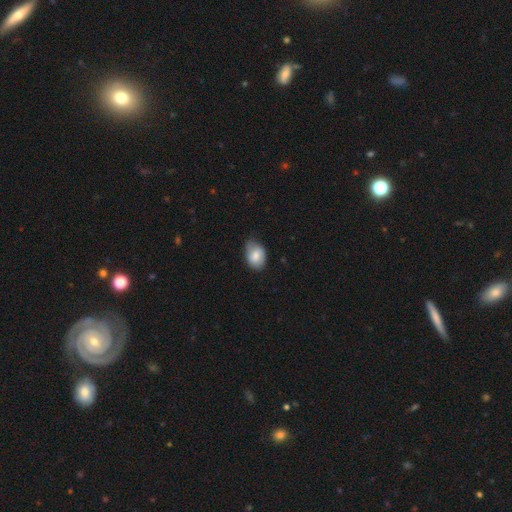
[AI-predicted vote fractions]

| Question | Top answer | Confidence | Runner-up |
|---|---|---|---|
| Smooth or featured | smooth | 78% | featured or disk (15%) |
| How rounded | in between | 80% | round (19%) |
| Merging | none | 62% | minor disturbance (31%) |